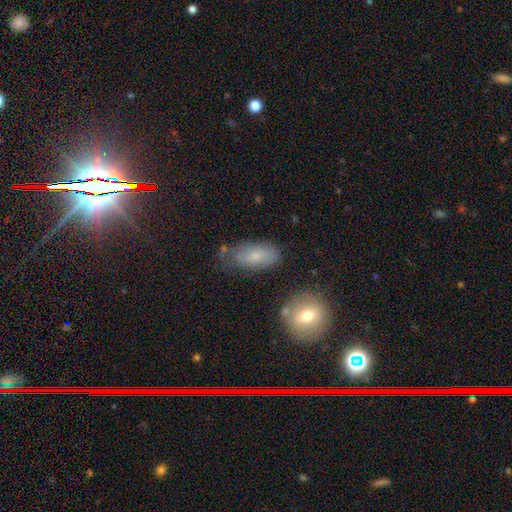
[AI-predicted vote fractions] Smooth or featured?
  - smooth: 73% *
  - featured or disk: 18%
  - star or artifact: 9%
How rounded?
  - in between: 90% *
  - cigar-shaped: 6%
  - round: 4%
Merging?
  - none: 61% *
  - minor disturbance: 25%
  - major disturbance: 7%
  - merger: 7%